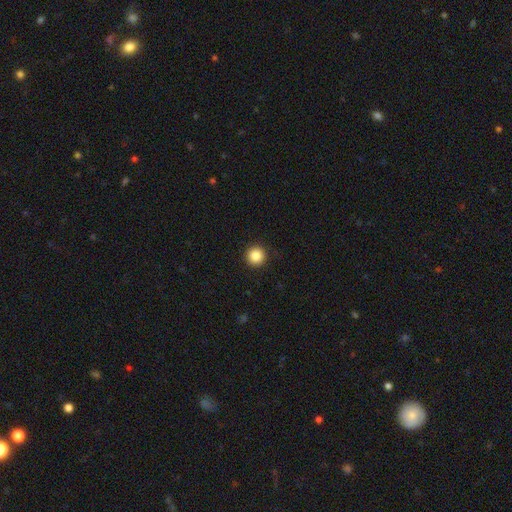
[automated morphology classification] Q: Smooth or featured?
A: smooth (87%); runner-up: star or artifact (10%)
Q: How rounded?
A: round (96%); runner-up: in between (3%)
Q: Merging?
A: none (93%); runner-up: minor disturbance (5%)